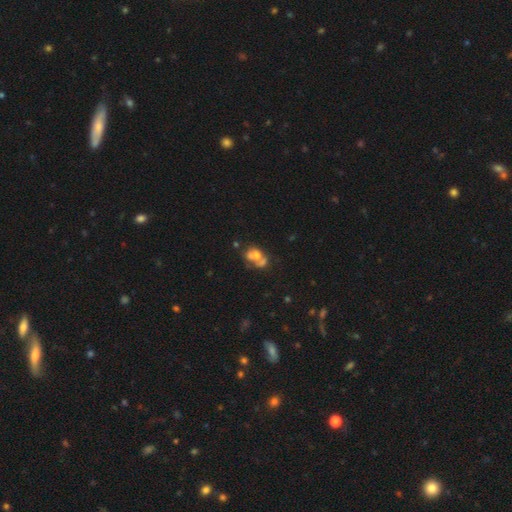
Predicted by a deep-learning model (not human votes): Smooth or featured?
  - smooth: 54% *
  - featured or disk: 33%
  - star or artifact: 13%
How rounded?
  - in between: 54% *
  - round: 44%
  - cigar-shaped: 1%
Merging?
  - merger: 60% *
  - none: 22%
  - minor disturbance: 10%
  - major disturbance: 8%